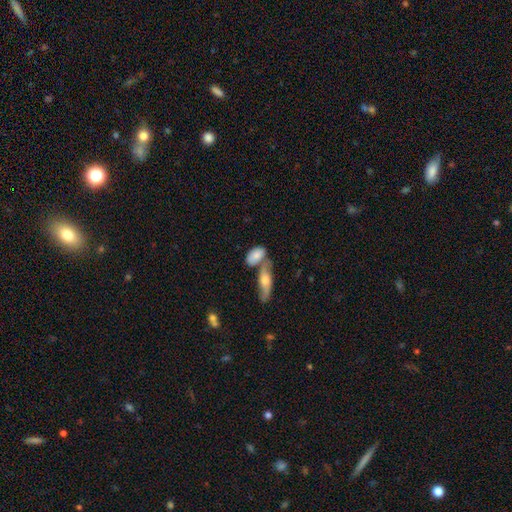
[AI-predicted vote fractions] This appears to be a smooth galaxy with no disk features (77%) that is in between round and cigar-shaped (88%). Merging: merger (42%).